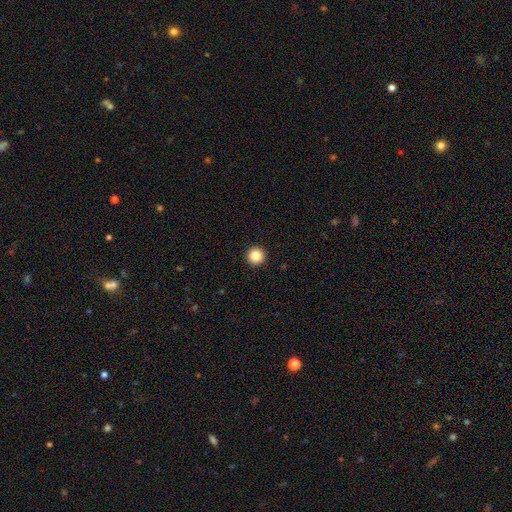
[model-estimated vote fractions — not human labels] Q: Smooth or featured?
A: smooth (87%); runner-up: star or artifact (10%)
Q: How rounded?
A: round (97%); runner-up: in between (2%)
Q: Merging?
A: none (94%); runner-up: minor disturbance (4%)